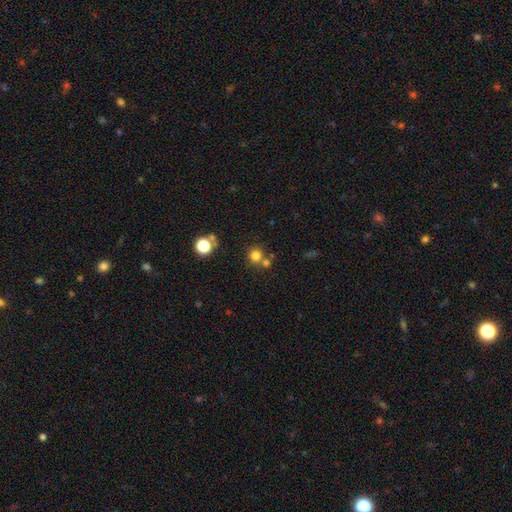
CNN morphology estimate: A smooth galaxy with no disk features (77%) that is round (90%). Merging: none (65%).